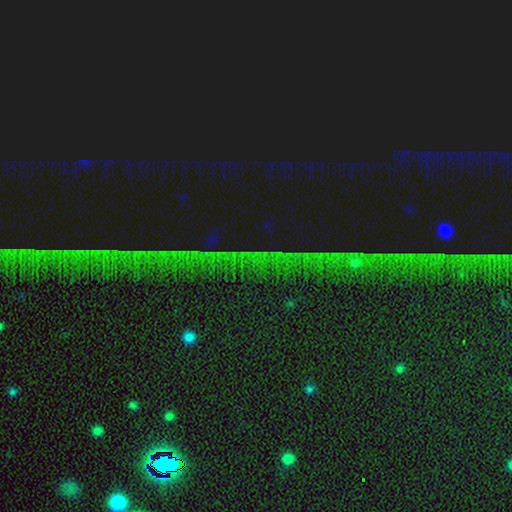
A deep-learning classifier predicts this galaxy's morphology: Smooth or featured? star or artifact (80%)